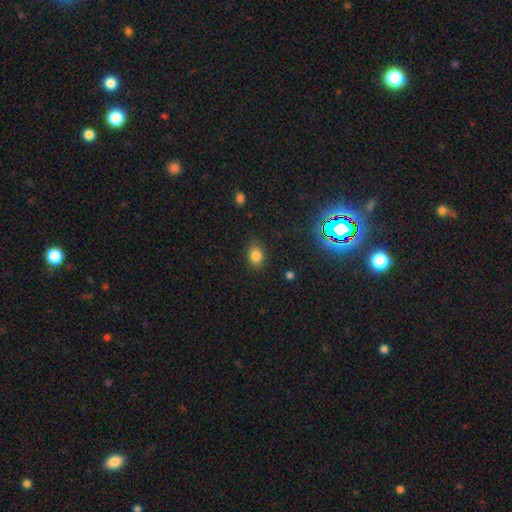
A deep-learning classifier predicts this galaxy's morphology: Overall: smooth (81%). How rounded: in between (61%; round 38%). Merging: none (85%).